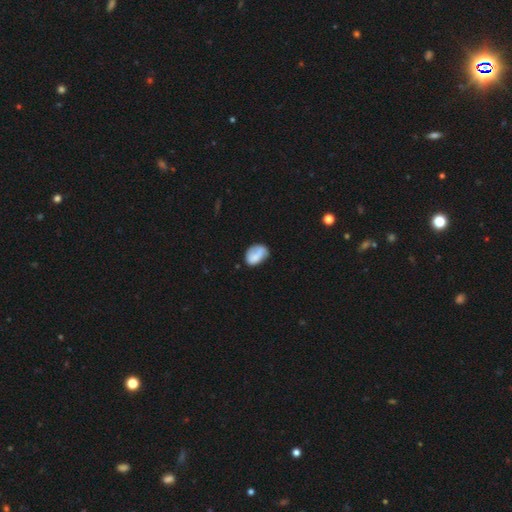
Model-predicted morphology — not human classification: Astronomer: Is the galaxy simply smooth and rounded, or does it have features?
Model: smooth — 72%.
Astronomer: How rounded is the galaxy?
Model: in between — 82%.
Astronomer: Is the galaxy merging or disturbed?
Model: none — 56%.